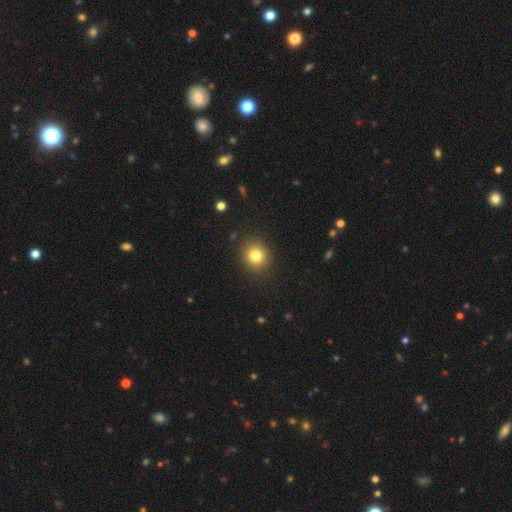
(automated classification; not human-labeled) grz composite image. It shows a smooth galaxy with no disk features (81%) that is round (79%). Merging: none (88%).